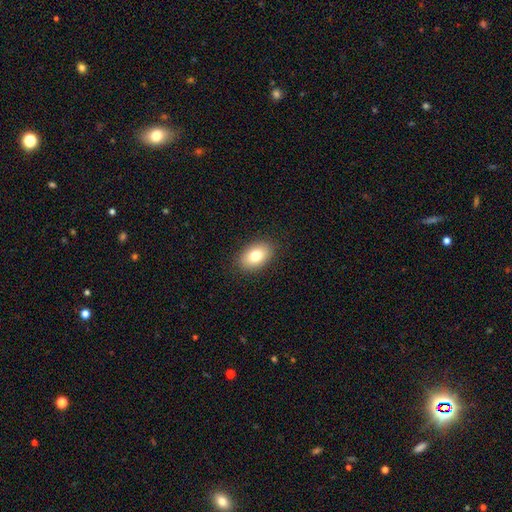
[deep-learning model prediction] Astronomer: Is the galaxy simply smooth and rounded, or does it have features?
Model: smooth — 79%.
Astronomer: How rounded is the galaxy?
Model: in between — 89%.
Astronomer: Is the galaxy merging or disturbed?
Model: none — 88%.